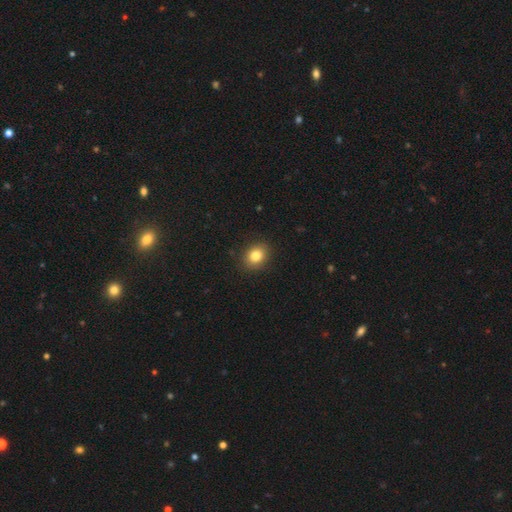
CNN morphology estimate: A smooth galaxy with no disk features (82%) that is round (55%). Merging: none (89%).